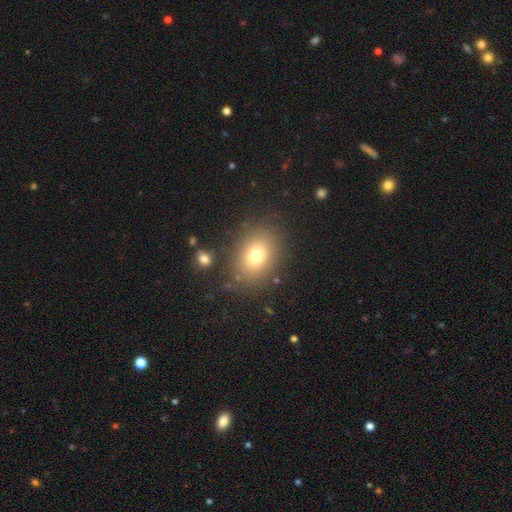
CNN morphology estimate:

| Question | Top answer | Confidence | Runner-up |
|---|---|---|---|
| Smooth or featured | smooth | 75% | star or artifact (13%) |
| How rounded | in between | 61% | round (38%) |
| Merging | none | 83% | minor disturbance (10%) |